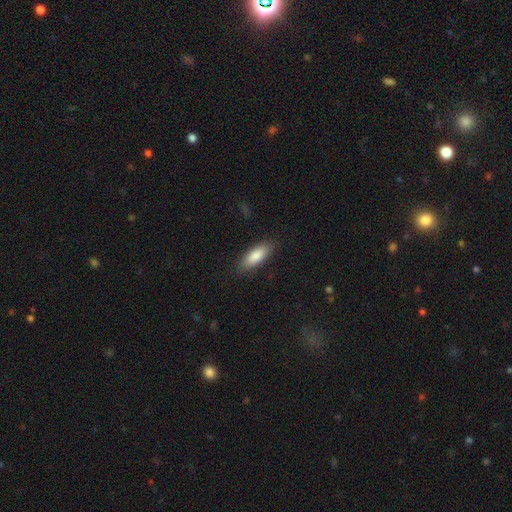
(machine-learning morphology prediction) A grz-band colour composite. It shows a smooth galaxy with no disk features (84%) that is in between round and cigar-shaped (64%). Merging: none (86%).